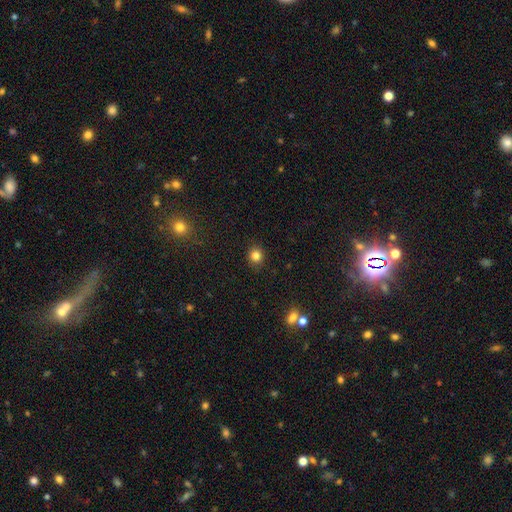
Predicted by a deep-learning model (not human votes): A smooth galaxy with no disk features (83%) that is round (81%). Merging: none (90%).